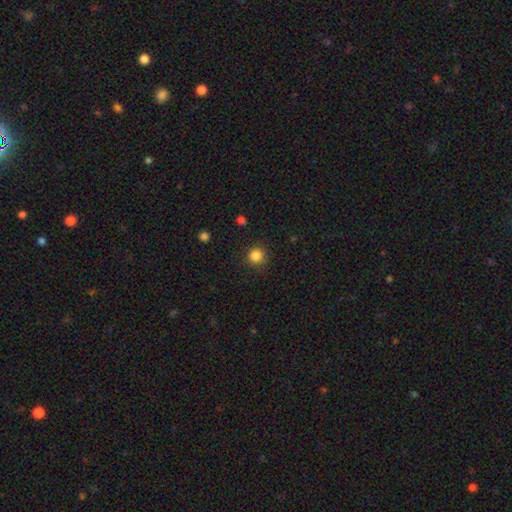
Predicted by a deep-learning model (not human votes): Q: Smooth or featured?
A: smooth (85%); runner-up: star or artifact (11%)
Q: How rounded?
A: round (93%); runner-up: in between (6%)
Q: Merging?
A: none (89%); runner-up: minor disturbance (8%)